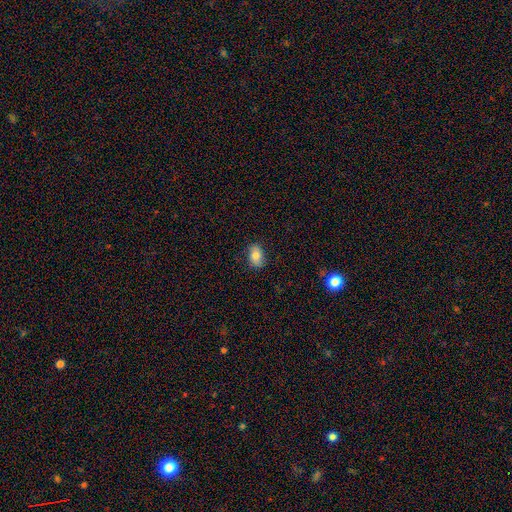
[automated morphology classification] This appears to be a smooth galaxy with no disk features (78%) that is in between round and cigar-shaped (86%). Merging: none (82%).